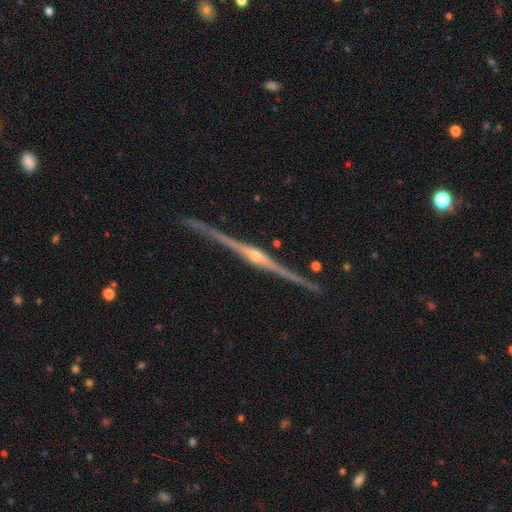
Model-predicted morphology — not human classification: A featured or disk galaxy (91%) viewed edge-on (98%) with a rounded central bulge (89%). Merging: none (88%).